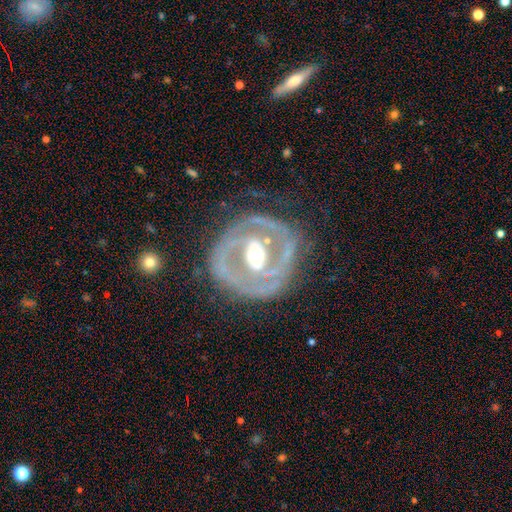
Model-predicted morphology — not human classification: Smooth or featured: featured or disk — 81% (smooth — 13%)
Edge-on disk: no — 95% (yes — 5%)
Bar: strong — 35% (weak — 34%)
Spiral arms: yes — 61% (no — 39%)
Bulge size: moderate — 69% (large — 15%)
Merging: none — 74% (minor disturbance — 15%)